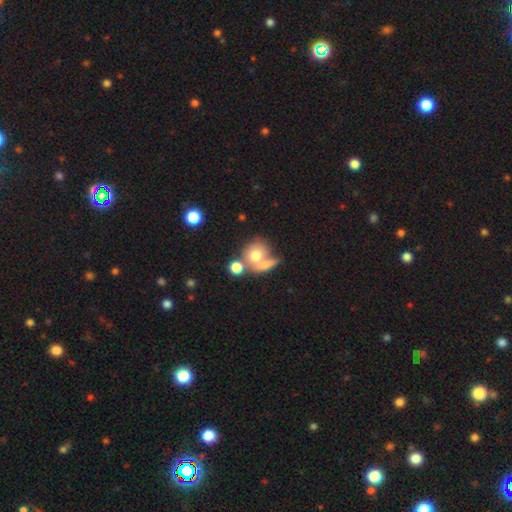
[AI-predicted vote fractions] smooth-or-featured: smooth: 70% | featured or disk: 20% | star or artifact: 10%
  how-rounded: round: 71% | in between: 26% | cigar-shaped: 3%
  merging: merger: 44% | none: 38% | minor disturbance: 11% | major disturbance: 7%